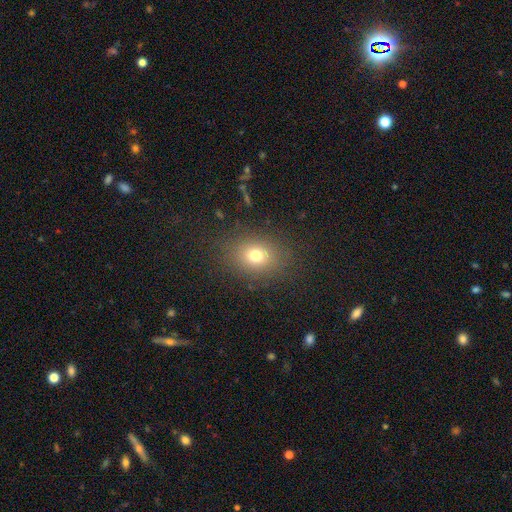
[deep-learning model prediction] Overall: smooth (74%). How rounded: in between (56%; round 43%). Merging: none (84%).